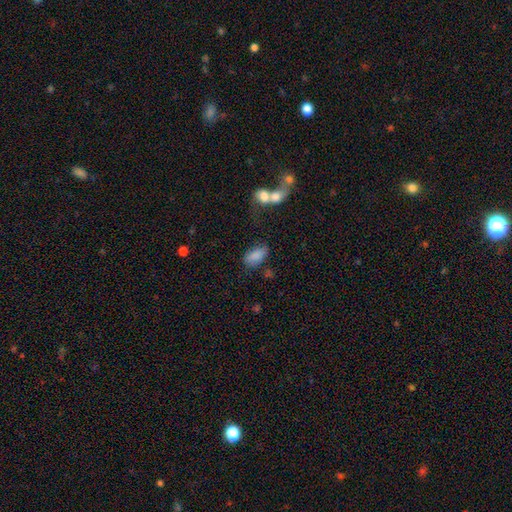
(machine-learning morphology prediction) Smooth or featured? Predicted: smooth (p=0.83). How rounded? Predicted: in between (p=0.92). Merging? Predicted: none (p=0.58).